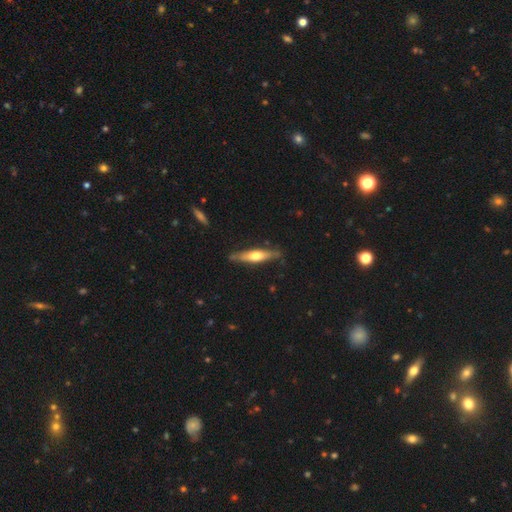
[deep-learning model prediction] Smooth or featured? Predicted: featured or disk (p=0.51). Edge-on disk? Predicted: yes (p=0.89). Merging? Predicted: none (p=0.80).